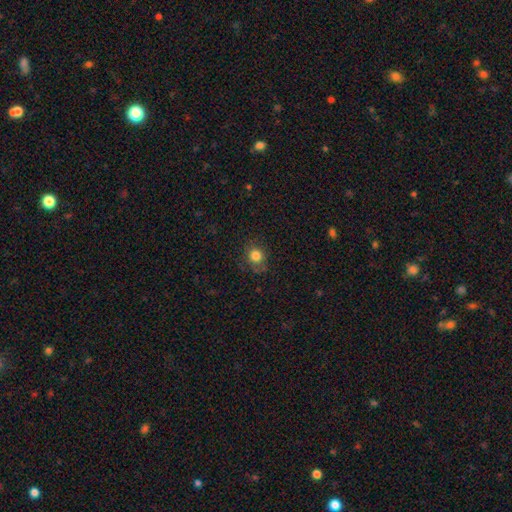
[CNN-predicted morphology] Smooth or featured: smooth — 81% (star or artifact — 12%)
How rounded: round — 81% (in between — 18%)
Merging: none — 78% (minor disturbance — 16%)